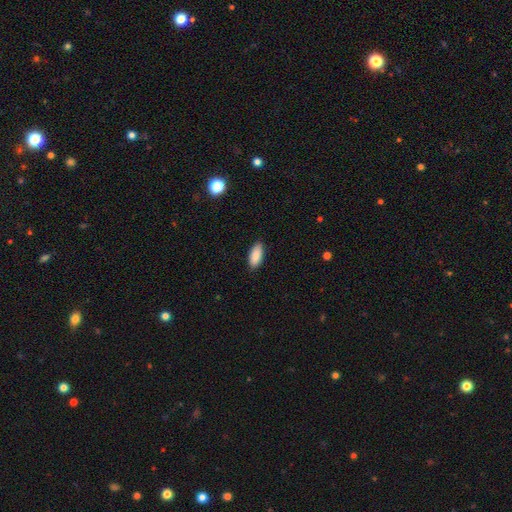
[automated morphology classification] A smooth galaxy with no disk features (89%) that is in between round and cigar-shaped (86%). Merging: none (86%).